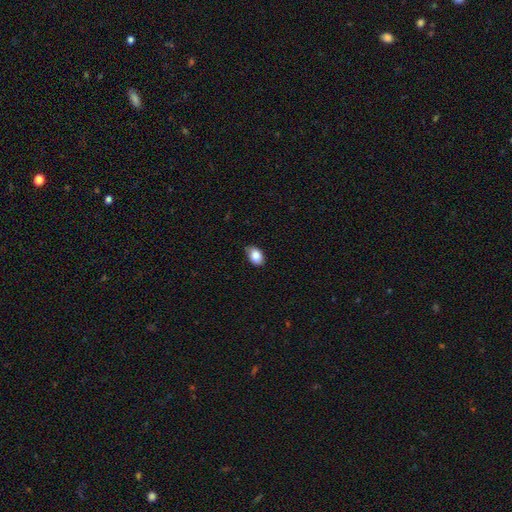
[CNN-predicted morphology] smooth 86%, star or artifact 8%, featured or disk 6%. Down the decision tree: how rounded — in between (87%); merging — none (75%).